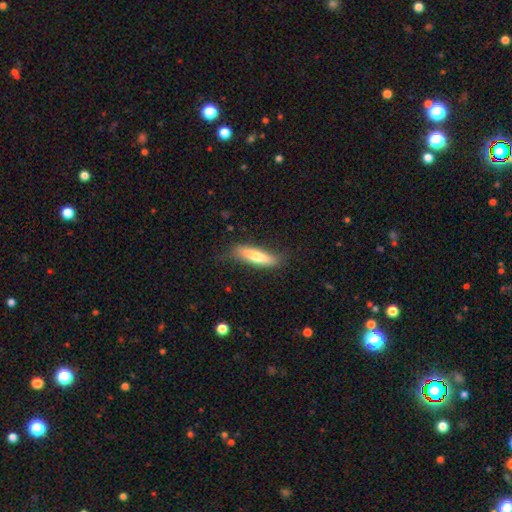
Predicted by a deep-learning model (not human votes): Smooth or featured? smooth (68%)
How rounded? cigar-shaped (67%)
Merging? none (71%)